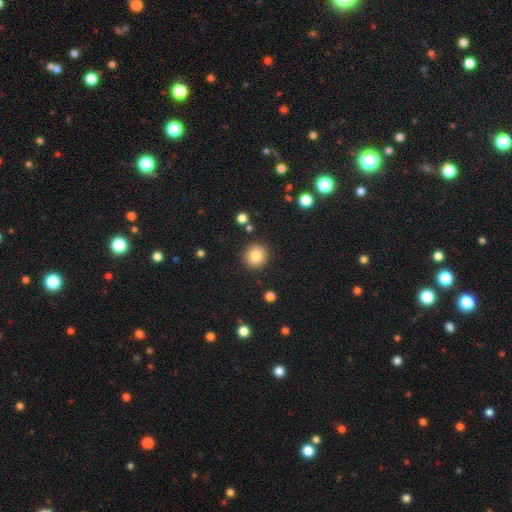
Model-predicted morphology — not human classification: A smooth galaxy with no disk features (84%) that is round (93%).

Vote fractions:
- Smooth or featured? smooth: 84% / star or artifact: 10% / featured or disk: 6%
- How rounded? round: 93% / in between: 6% / cigar-shaped: 1%
- Merging? none: 90% / minor disturbance: 6% / major disturbance: 2% / merger: 2%